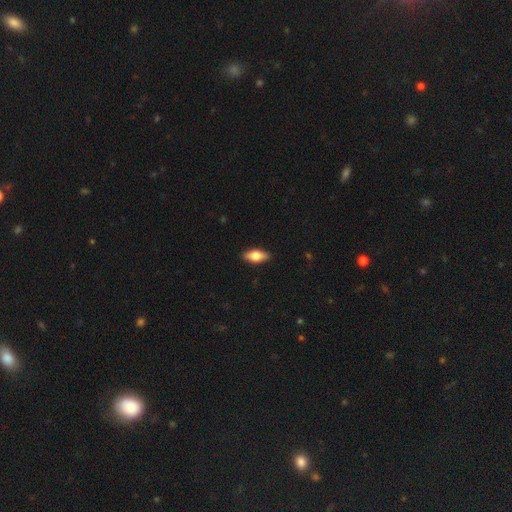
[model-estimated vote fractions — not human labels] A smooth galaxy with no disk features (68%) that is in between round and cigar-shaped (80%).

Vote fractions:
- Smooth or featured? smooth: 68% / featured or disk: 26% / star or artifact: 6%
- How rounded? in between: 80% / cigar-shaped: 17% / round: 3%
- Merging? none: 89% / minor disturbance: 9% / major disturbance: 2% / merger: 1%